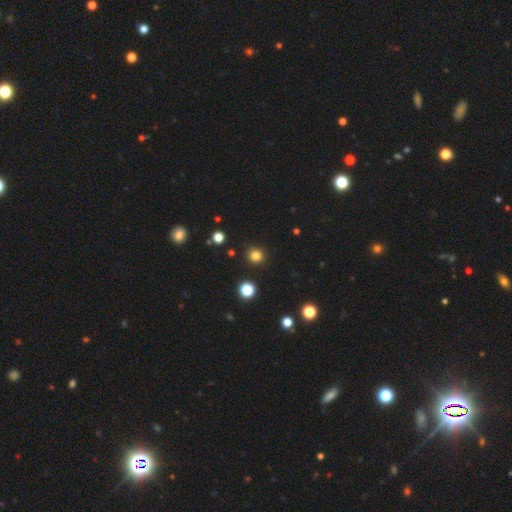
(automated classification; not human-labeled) A smooth galaxy with no disk features (81%) that is round (93%). Merging: none (91%).